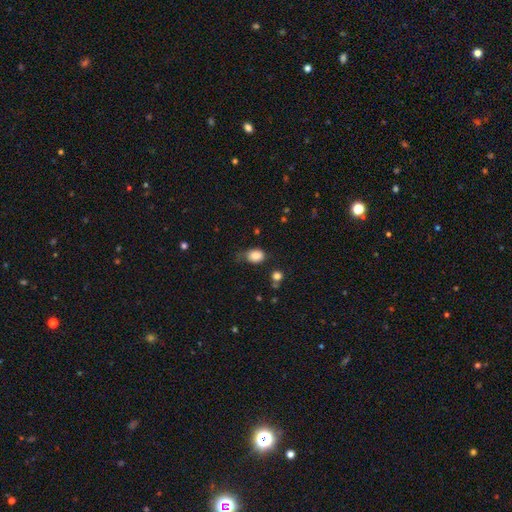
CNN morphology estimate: A smooth galaxy with no disk features (84%) that is in between round and cigar-shaped (57%).

Vote fractions:
- Smooth or featured? smooth: 84% / star or artifact: 9% / featured or disk: 6%
- How rounded? in between: 57% / round: 42% / cigar-shaped: 1%
- Merging? none: 57% / minor disturbance: 30% / major disturbance: 10% / merger: 3%